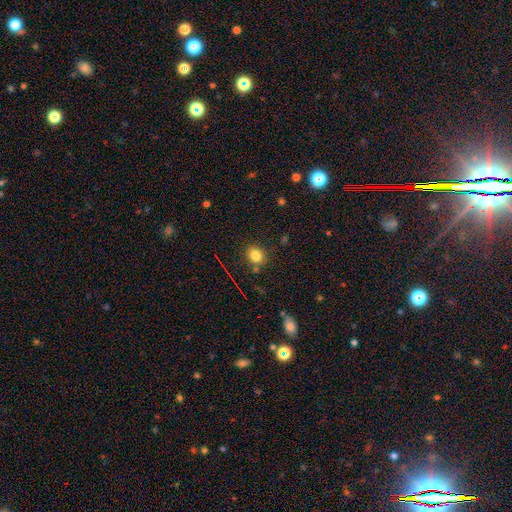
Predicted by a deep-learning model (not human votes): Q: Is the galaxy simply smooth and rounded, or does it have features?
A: smooth — 80%.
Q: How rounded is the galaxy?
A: round — 58%.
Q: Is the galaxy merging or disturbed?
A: none — 79%.